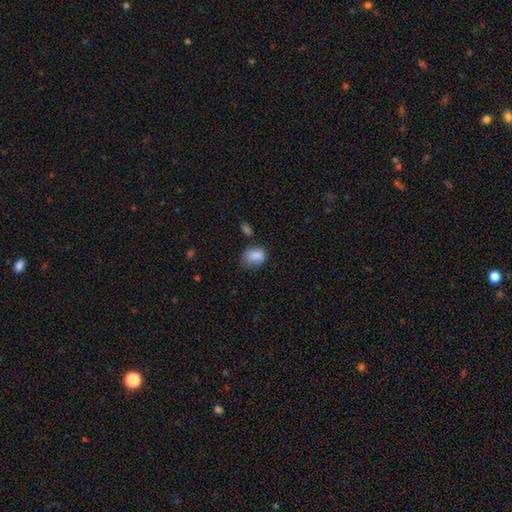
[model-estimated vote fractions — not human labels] Overall: smooth (83%). How rounded: in between (61%; round 38%). Merging: none (50%; minor disturbance 31%).